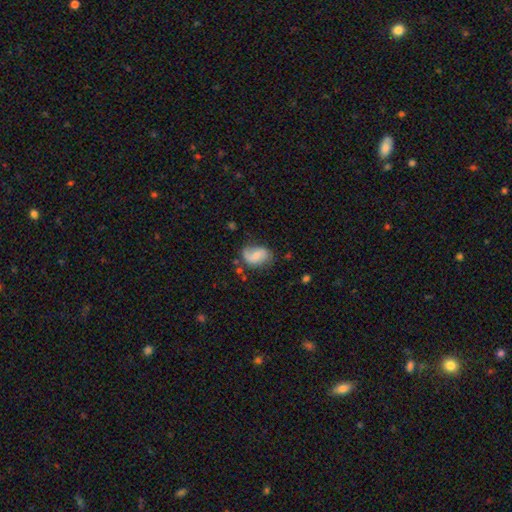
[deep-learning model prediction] smooth_or_featured: featured or disk (p=0.49) [alt: smooth p=0.43]
merging: none (p=0.52) [alt: minor disturbance p=0.28]